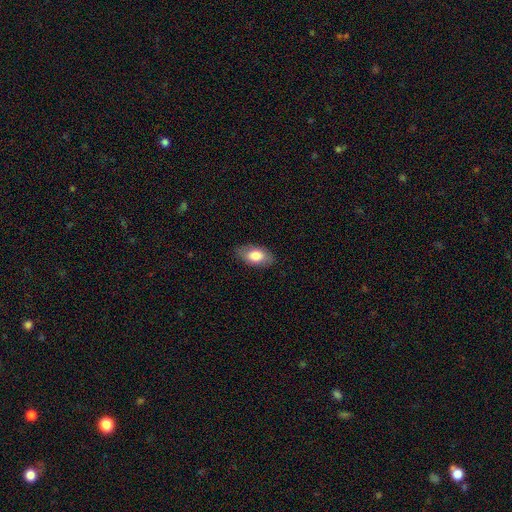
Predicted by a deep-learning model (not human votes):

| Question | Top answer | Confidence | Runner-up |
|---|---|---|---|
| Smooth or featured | smooth | 79% | featured or disk (14%) |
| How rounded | in between | 91% | round (5%) |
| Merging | none | 81% | minor disturbance (15%) |